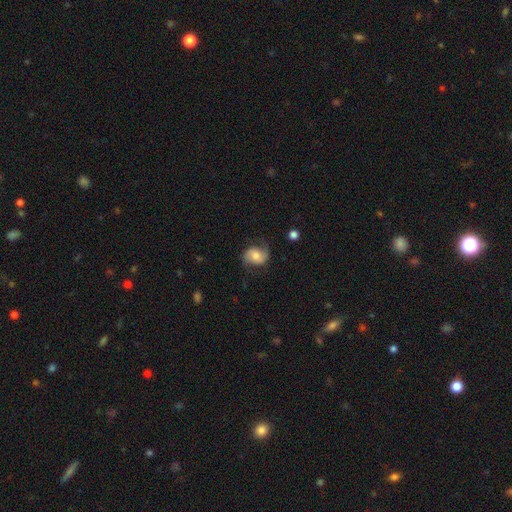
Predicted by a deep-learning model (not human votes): Overall: featured or disk (51%; smooth 40%). Edge-on disk: no (97%). Merging: none (67%).